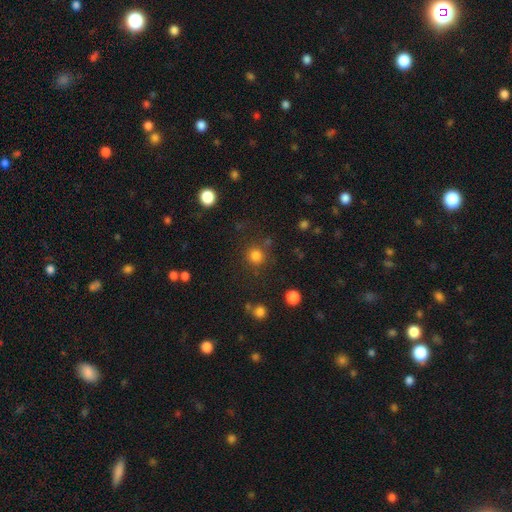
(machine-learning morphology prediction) Q: Smooth or featured?
A: smooth (81%); runner-up: star or artifact (14%)
Q: How rounded?
A: round (92%); runner-up: in between (7%)
Q: Merging?
A: none (81%); runner-up: minor disturbance (9%)